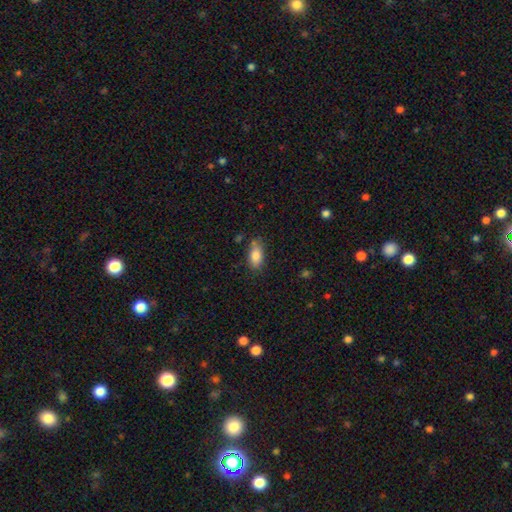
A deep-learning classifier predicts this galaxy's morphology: type=smooth (82%); roundness=in between (87%); merging=none (69%).